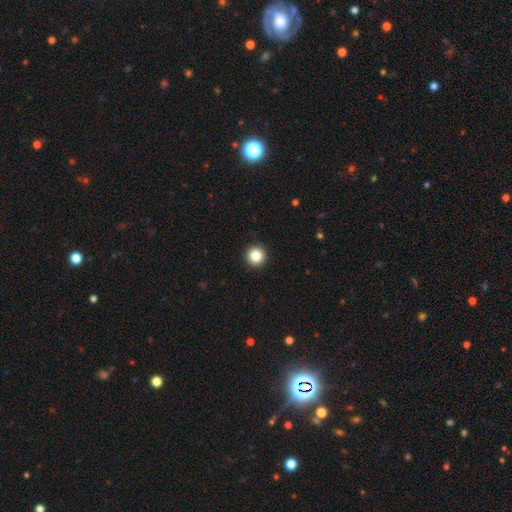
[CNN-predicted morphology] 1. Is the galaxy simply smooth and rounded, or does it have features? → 85% smooth, 10% star or artifact, 5% featured or disk.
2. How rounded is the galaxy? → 96% round, 3% in between, 1% cigar-shaped.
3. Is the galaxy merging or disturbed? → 94% none, 4% minor disturbance, 1% major disturbance, 1% merger.